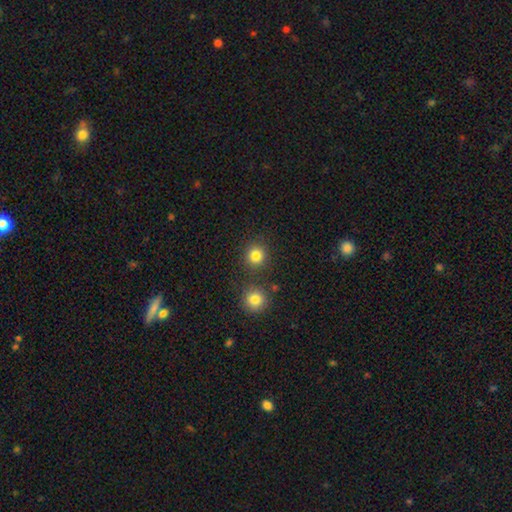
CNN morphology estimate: Q: Smooth or featured?
A: smooth (83%); runner-up: star or artifact (13%)
Q: How rounded?
A: round (92%); runner-up: in between (7%)
Q: Merging?
A: none (84%); runner-up: merger (7%)